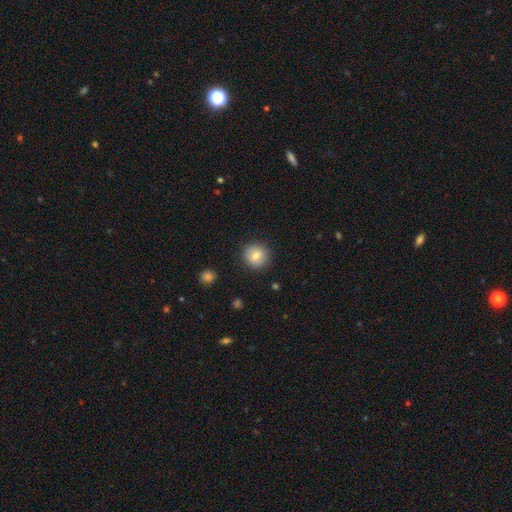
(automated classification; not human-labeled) Smooth or featured? Predicted: smooth (p=0.81). How rounded? Predicted: round (p=0.91). Merging? Predicted: none (p=0.89).